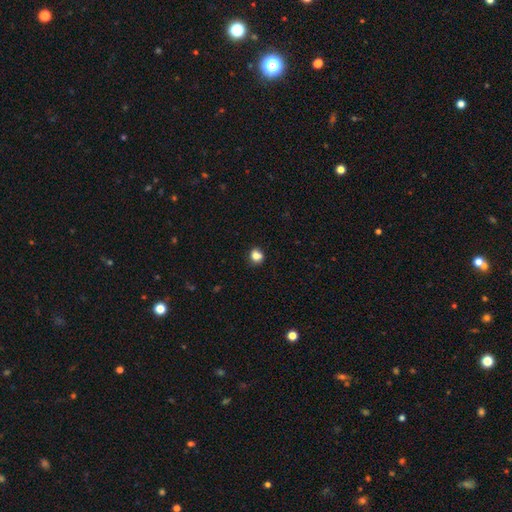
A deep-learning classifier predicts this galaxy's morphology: Overall: smooth (81%). How rounded: round (72%). Merging: none (75%).